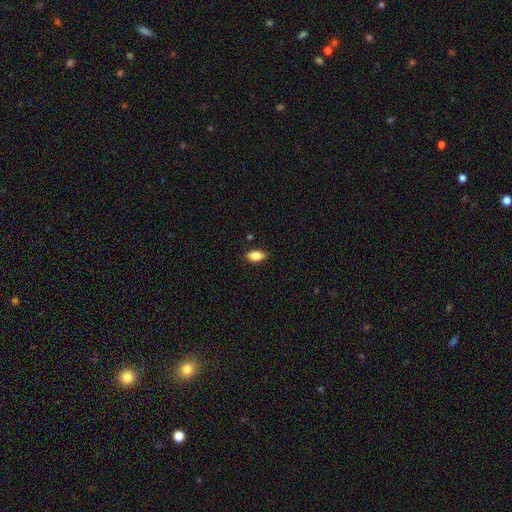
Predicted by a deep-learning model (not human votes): smooth_or_featured: smooth (p=0.84) [alt: featured or disk p=0.08]
how_rounded: in between (p=0.89) [alt: cigar-shaped p=0.06]
merging: none (p=0.87) [alt: minor disturbance p=0.10]